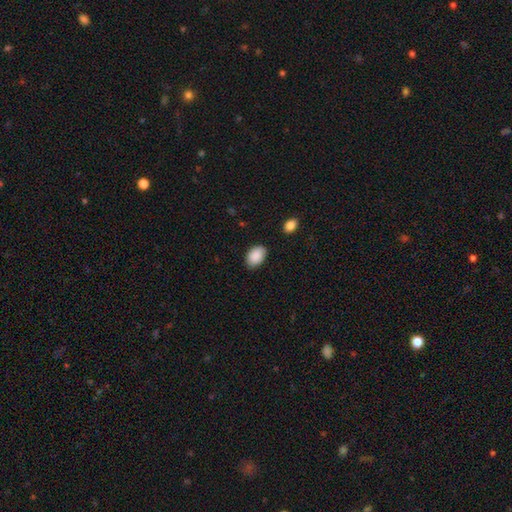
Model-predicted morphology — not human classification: This is clearly a smooth galaxy (90%). How rounded: clearly in between (86%). Merging: clearly none (82%).